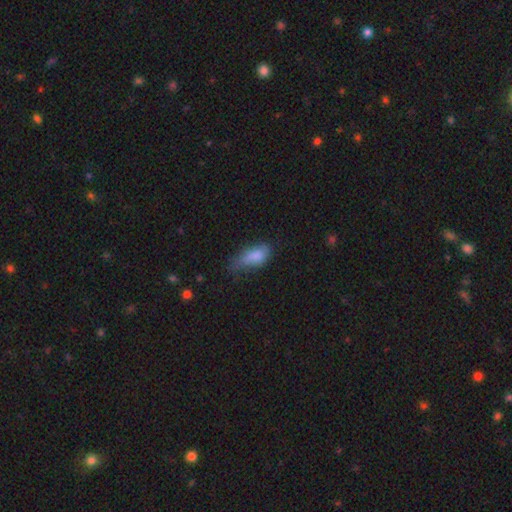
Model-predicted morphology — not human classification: Smooth or featured? smooth (80%)
How rounded? in between (80%)
Merging? minor disturbance (42%)